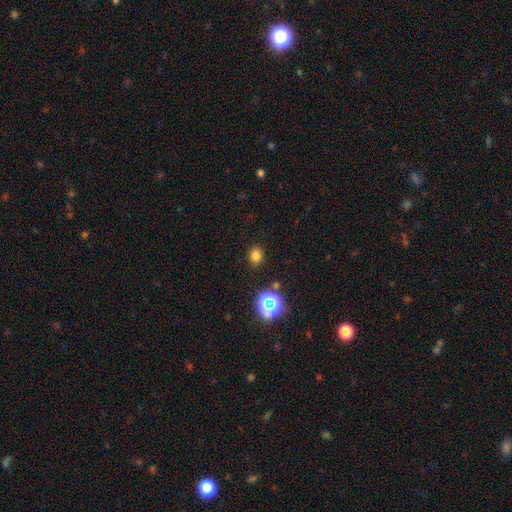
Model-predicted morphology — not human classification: smooth-or-featured: smooth: 76% | star or artifact: 19% | featured or disk: 5%
  how-rounded: round: 64% | in between: 35% | cigar-shaped: 1%
  merging: none: 88% | minor disturbance: 8% | major disturbance: 3% | merger: 2%